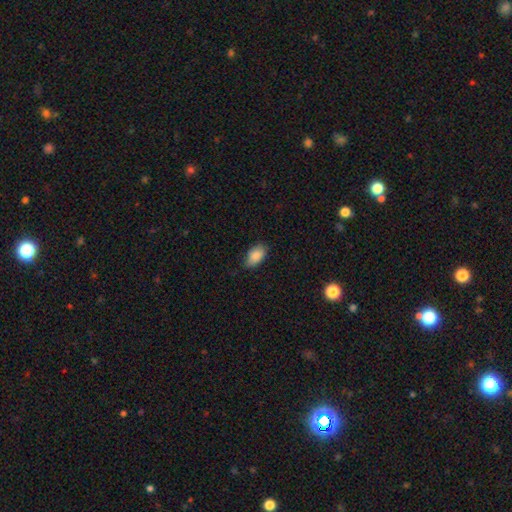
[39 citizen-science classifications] smooth_or_featured: smooth (p=0.95) [alt: star or artifact p=0.05]
how_rounded: in between (p=0.97) [alt: round p=0.03]
merging: none (p=0.78) [alt: minor disturbance p=0.16]